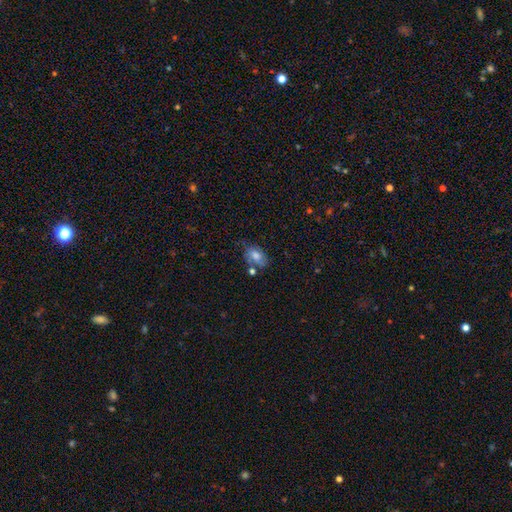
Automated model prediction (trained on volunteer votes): Overall: smooth (66%). How rounded: in between (86%). Merging: none (50%; minor disturbance 27%).